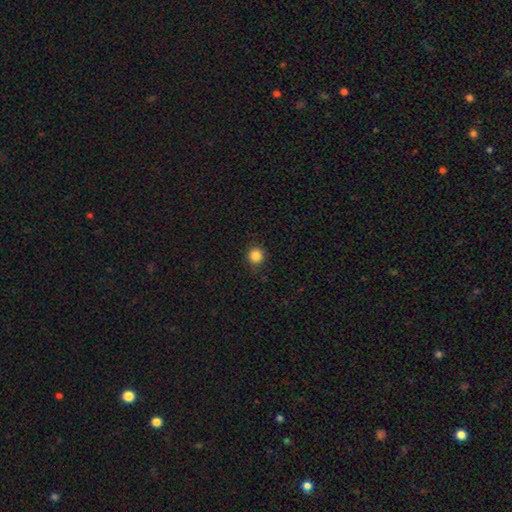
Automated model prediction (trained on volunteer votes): This is clearly a smooth galaxy (85%). How rounded: clearly round (94%). Merging: clearly none (89%).